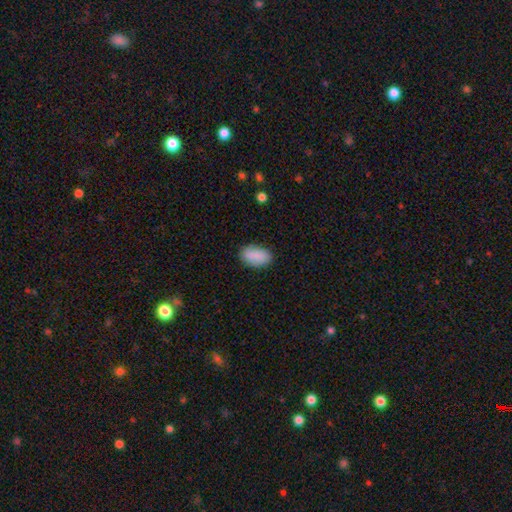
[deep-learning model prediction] Smooth or featured? Predicted: smooth (p=0.89). How rounded? Predicted: in between (p=0.93). Merging? Predicted: none (p=0.84).